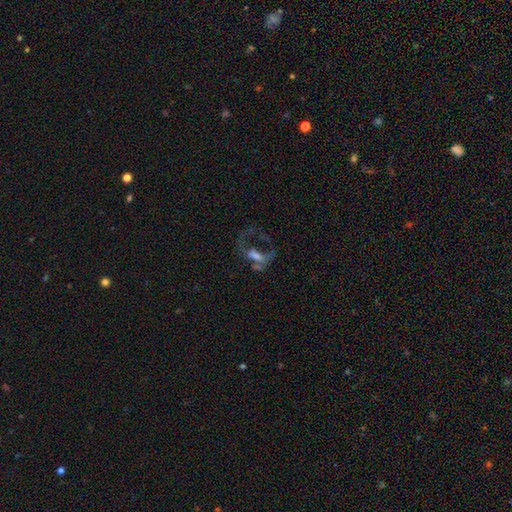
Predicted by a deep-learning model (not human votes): smooth-or-featured: featured or disk: 54% | smooth: 27% | star or artifact: 19%
  disk-edge-on: no: 94% | yes: 6%
    bar: no: 58% | weak: 28% | strong: 14%
    has-spiral-arms: no: 61% | yes: 39%
    bulge-size: moderate: 33% | none: 27% | small: 25% | large: 12% | dominant: 3%
  merging: major disturbance: 47% | none: 24% | merger: 18% | minor disturbance: 11%